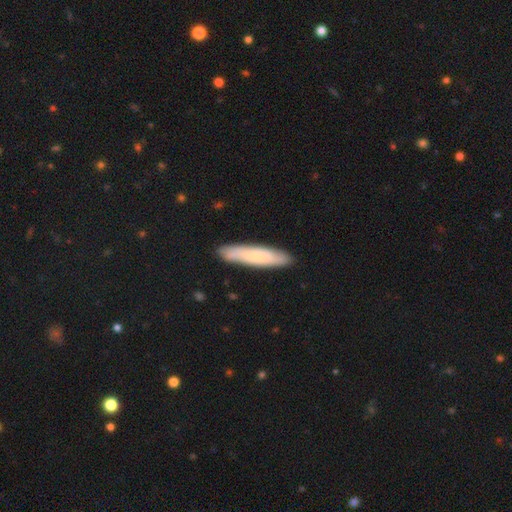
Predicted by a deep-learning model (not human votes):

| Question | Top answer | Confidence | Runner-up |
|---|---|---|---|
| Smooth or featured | smooth | 65% | featured or disk (29%) |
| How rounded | cigar-shaped | 86% | in between (13%) |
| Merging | none | 87% | minor disturbance (10%) |